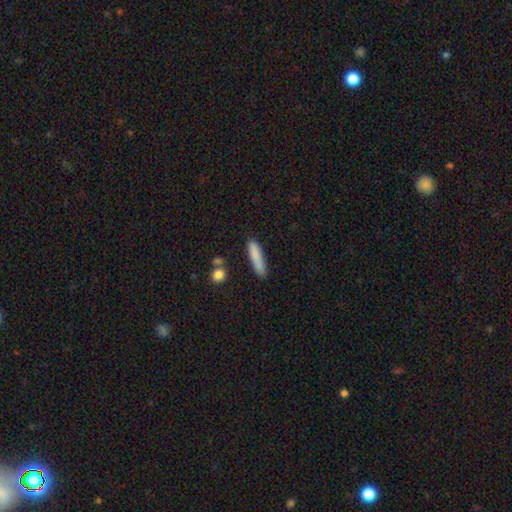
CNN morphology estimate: smooth_or_featured: smooth (p=0.84) [alt: featured or disk p=0.10]
how_rounded: cigar-shaped (p=0.81) [alt: in between p=0.17]
merging: none (p=0.76) [alt: minor disturbance p=0.17]